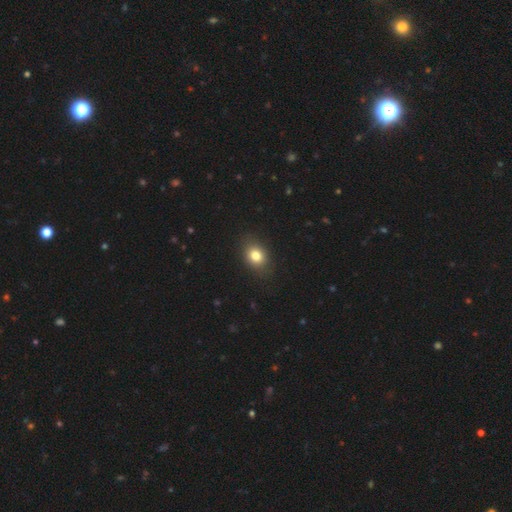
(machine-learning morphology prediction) The model was most divided on "how rounded": in between: 58%, round: 41%, cigar-shaped: 1%. More confident: merging — none (85%); smooth or featured — smooth (80%).